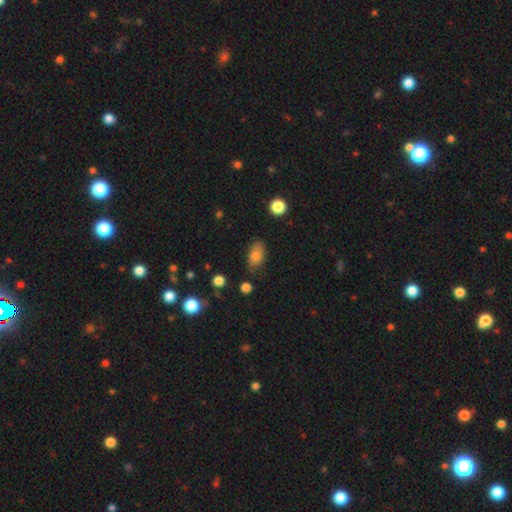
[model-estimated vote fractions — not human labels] Q: Smooth or featured?
A: smooth (76%); runner-up: featured or disk (15%)
Q: How rounded?
A: in between (88%); runner-up: round (9%)
Q: Merging?
A: none (72%); runner-up: minor disturbance (21%)